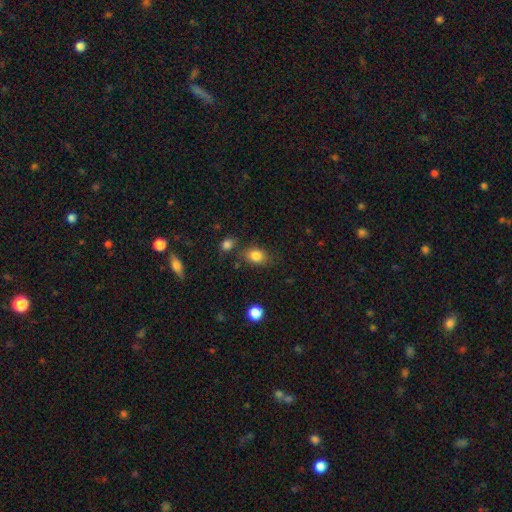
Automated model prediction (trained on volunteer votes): Overall: smooth (84%). How rounded: in between (67%; round 32%). Merging: none (71%).